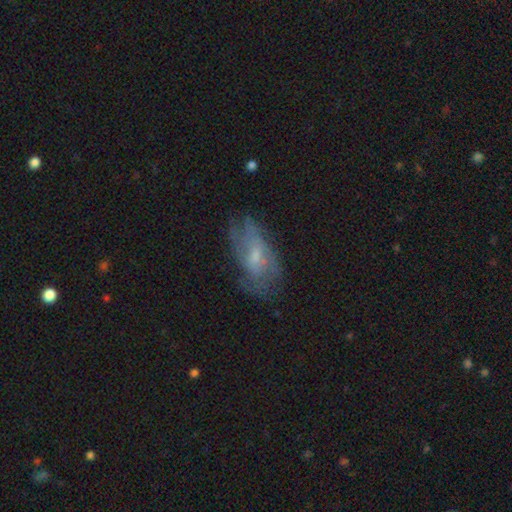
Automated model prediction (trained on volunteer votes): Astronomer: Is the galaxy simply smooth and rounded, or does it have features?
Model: featured or disk — 56% (runner-up: smooth, 35%).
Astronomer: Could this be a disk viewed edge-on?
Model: no — 92%.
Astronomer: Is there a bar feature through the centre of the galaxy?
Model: no — 57% (runner-up: weak, 37%).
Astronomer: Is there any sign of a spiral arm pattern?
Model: yes — 62% (runner-up: no, 38%).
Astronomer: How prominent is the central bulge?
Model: small — 53% (runner-up: moderate, 35%).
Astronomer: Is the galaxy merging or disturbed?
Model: none — 56%.